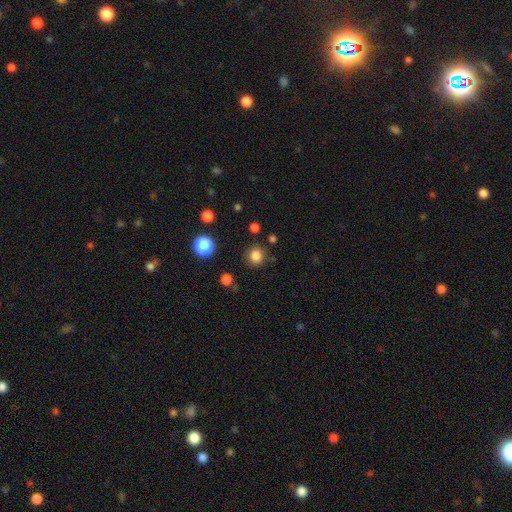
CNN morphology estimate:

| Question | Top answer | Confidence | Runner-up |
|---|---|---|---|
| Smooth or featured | smooth | 83% | star or artifact (13%) |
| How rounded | round | 89% | in between (10%) |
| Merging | none | 85% | minor disturbance (9%) |